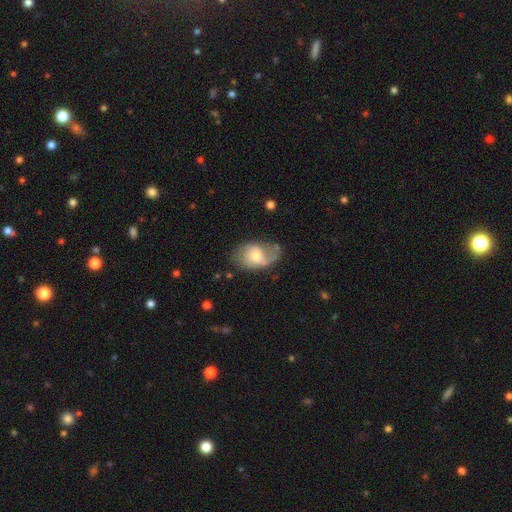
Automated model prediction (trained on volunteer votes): Smooth or featured? Predicted: featured or disk (p=0.64). Edge-on disk? Predicted: no (p=0.96). Bar? Predicted: no (p=0.53). Spiral arms? Predicted: yes (p=0.87). Spiral winding? Predicted: loose (p=0.44). Spiral arm count? Predicted: 2 (p=0.70). Bulge size? Predicted: moderate (p=0.46). Merging? Predicted: none (p=0.57).